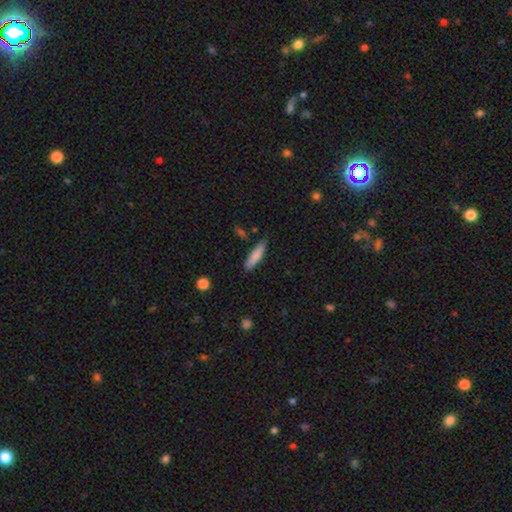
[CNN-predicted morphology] type=smooth (82%); roundness=cigar-shaped (74%); merging=none (79%).